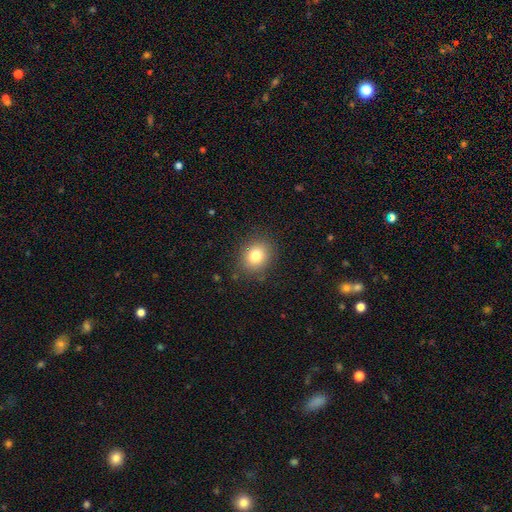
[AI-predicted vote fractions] Smooth or featured? smooth (80%)
How rounded? round (63%)
Merging? none (86%)